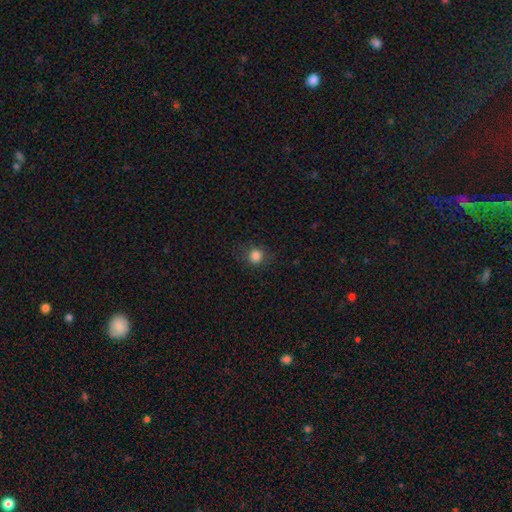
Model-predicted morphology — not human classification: type=smooth (83%); roundness=round (85%); merging=none (83%).